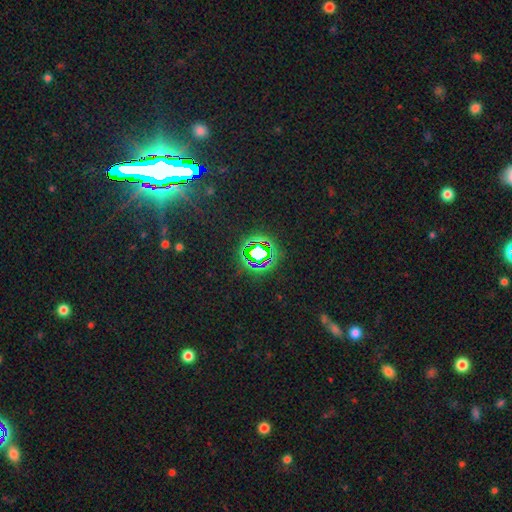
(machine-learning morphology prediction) A star or artifact, not a galaxy (75%).